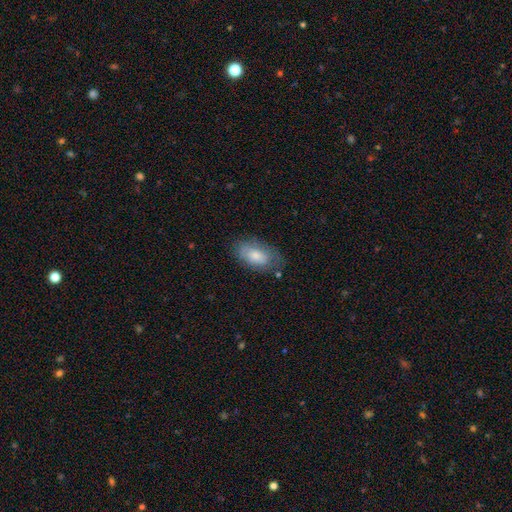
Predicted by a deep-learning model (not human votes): This is likely a smooth galaxy (71%). How rounded: clearly in between (93%). Merging: likely none (66%).